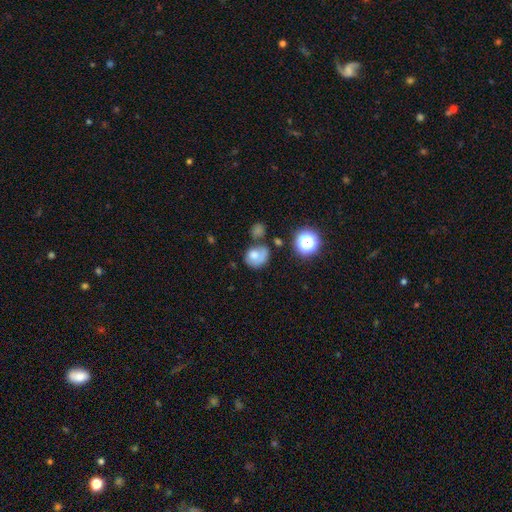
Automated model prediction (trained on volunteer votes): Smooth or featured? smooth (65%)
How rounded? round (58%)
Merging? none (38%)